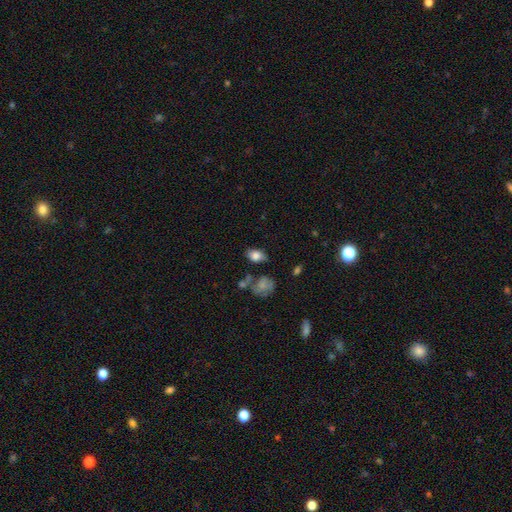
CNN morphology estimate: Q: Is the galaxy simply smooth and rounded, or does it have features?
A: smooth — 79%.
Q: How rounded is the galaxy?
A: in between — 85%.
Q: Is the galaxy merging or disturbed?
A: none — 67%.